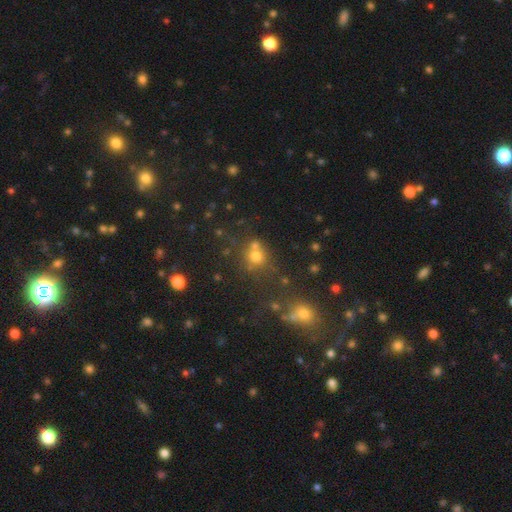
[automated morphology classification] Smooth or featured?
  - smooth: 64% *
  - star or artifact: 25%
  - featured or disk: 11%
How rounded?
  - round: 83% *
  - in between: 15%
  - cigar-shaped: 1%
Merging?
  - none: 57% *
  - merger: 27%
  - minor disturbance: 11%
  - major disturbance: 5%